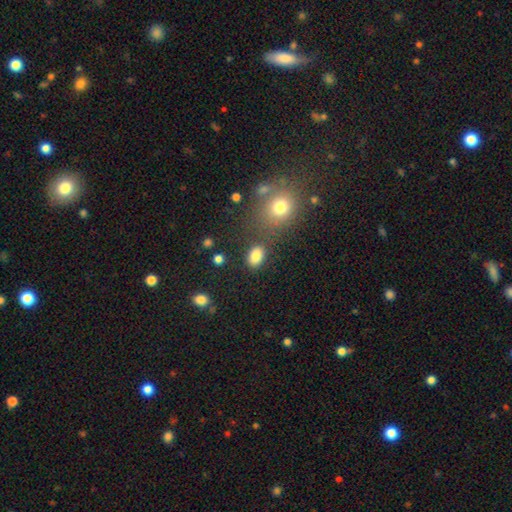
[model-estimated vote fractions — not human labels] This is clearly a smooth galaxy (85%). How rounded: clearly in between (82%). Merging: likely none (77%).